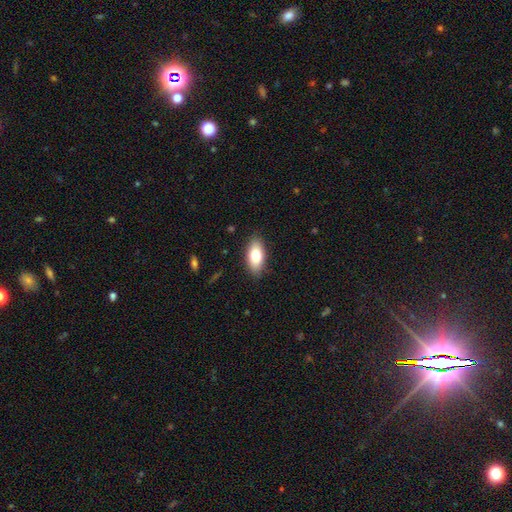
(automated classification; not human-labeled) This is likely a smooth galaxy (79%). How rounded: clearly in between (90%). Merging: clearly none (86%).